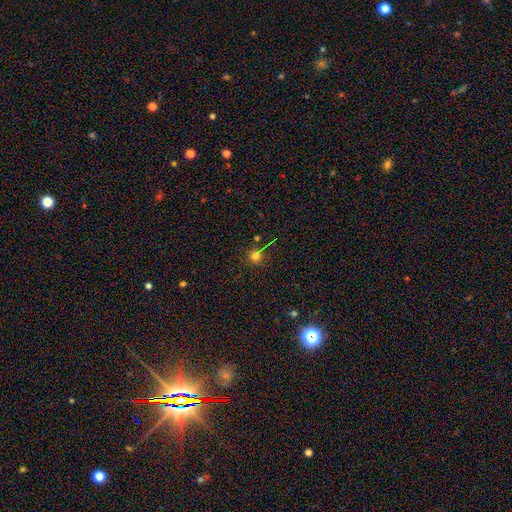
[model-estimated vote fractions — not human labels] A smooth galaxy with no disk features (72%) that is round (92%). Merging: none (78%).